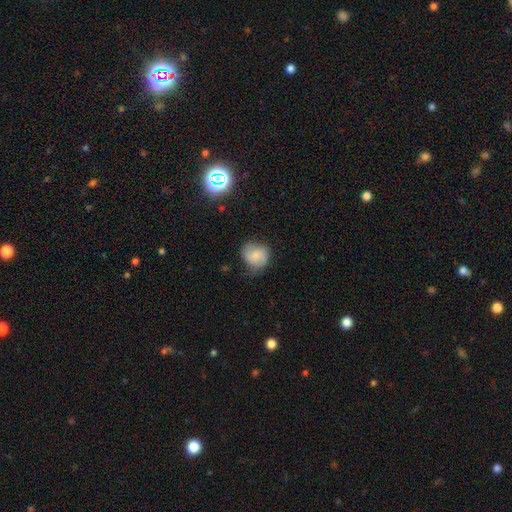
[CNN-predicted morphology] This is possibly a smooth galaxy (55%). How rounded: likely round (74%). Merging: likely none (60%).